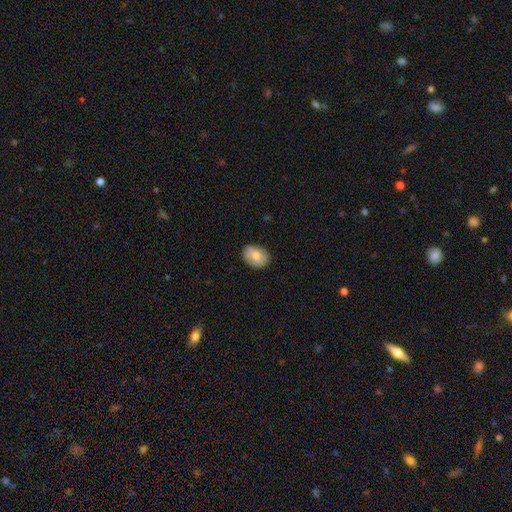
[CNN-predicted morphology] smooth_or_featured: smooth (p=0.72) [alt: featured or disk p=0.21]
how_rounded: in between (p=0.64) [alt: round p=0.35]
merging: none (p=0.83) [alt: minor disturbance p=0.13]